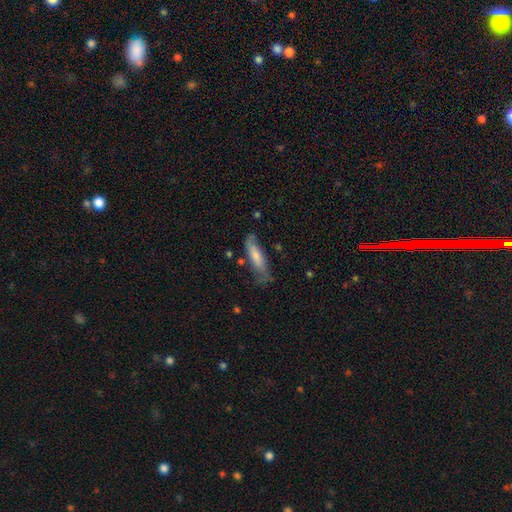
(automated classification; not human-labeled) Smooth or featured: smooth — 57% (featured or disk — 36%)
How rounded: cigar-shaped — 66% (in between — 33%)
Merging: none — 64% (minor disturbance — 24%)